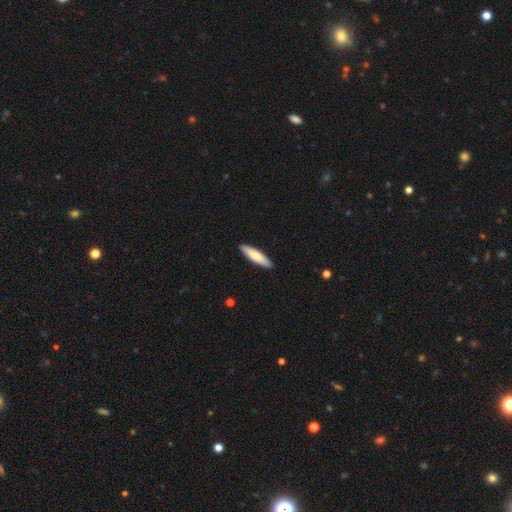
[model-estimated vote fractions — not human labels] Overall: smooth (80%). How rounded: cigar-shaped (74%). Merging: none (91%).